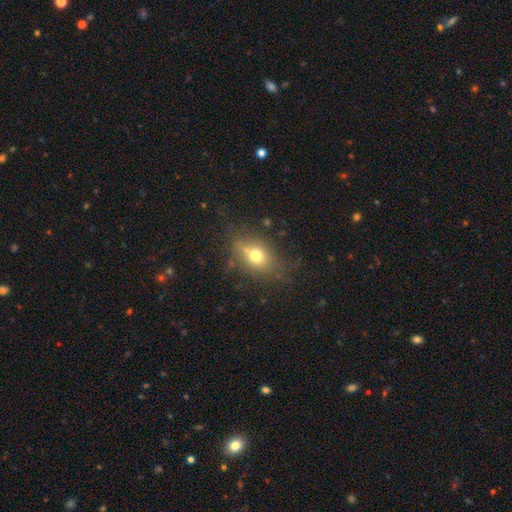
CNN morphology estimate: This is likely a smooth galaxy (67%). How rounded: likely in between (67%). Merging: likely none (65%).